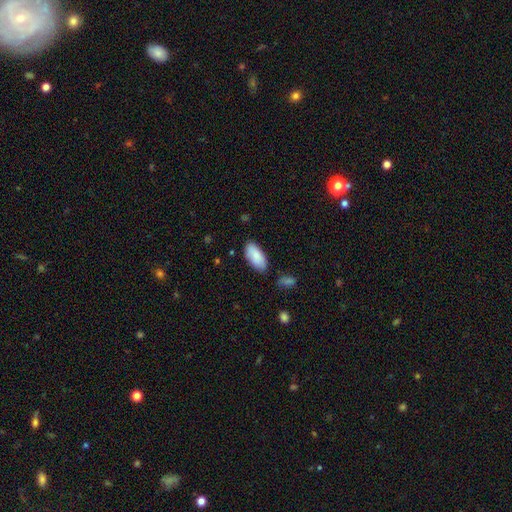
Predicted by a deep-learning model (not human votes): This is clearly a smooth galaxy (84%). How rounded: clearly in between (93%). Merging: likely none (78%).